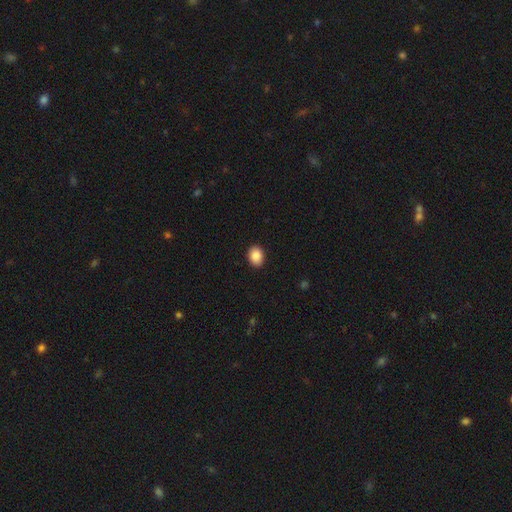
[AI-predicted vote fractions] smooth_or_featured: smooth (p=0.89) [alt: star or artifact p=0.08]
how_rounded: in between (p=0.68) [alt: round p=0.32]
merging: none (p=0.91) [alt: minor disturbance p=0.06]